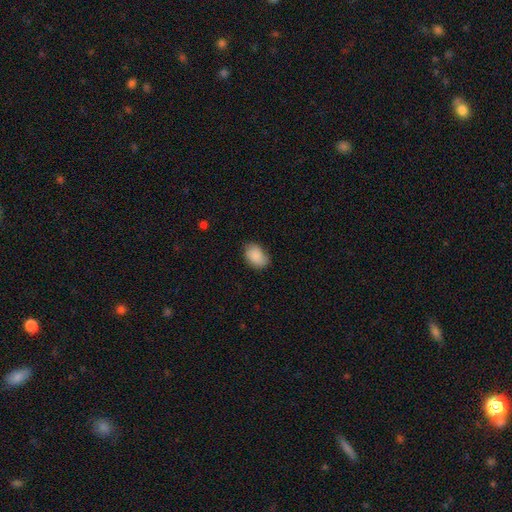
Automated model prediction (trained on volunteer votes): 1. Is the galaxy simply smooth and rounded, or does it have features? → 86% smooth, 7% featured or disk, 7% star or artifact.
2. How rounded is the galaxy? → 83% in between, 16% round, 1% cigar-shaped.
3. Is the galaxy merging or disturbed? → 68% none, 26% minor disturbance, 5% major disturbance, 1% merger.